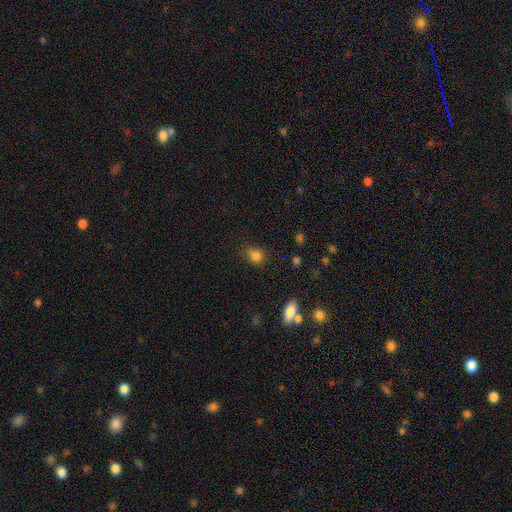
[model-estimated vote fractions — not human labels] smooth 82%, star or artifact 13%, featured or disk 5%. Down the decision tree: how rounded — round (54%); merging — none (75%).